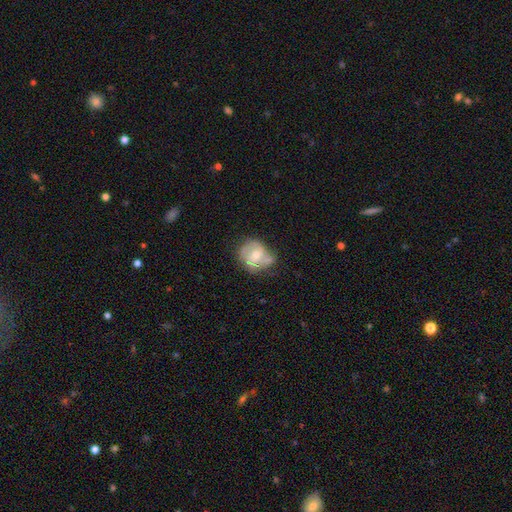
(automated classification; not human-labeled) This appears to be a featured or disk galaxy (50%). Merging: none (42%).